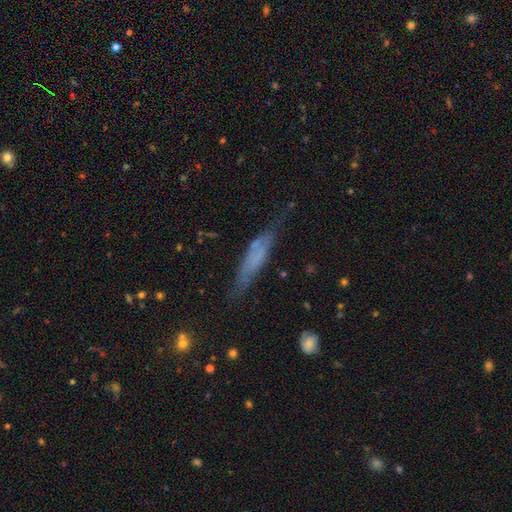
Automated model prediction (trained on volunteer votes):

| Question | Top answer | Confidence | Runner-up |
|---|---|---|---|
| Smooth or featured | smooth | 48% | featured or disk (42%) |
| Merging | none | 57% | minor disturbance (28%) |